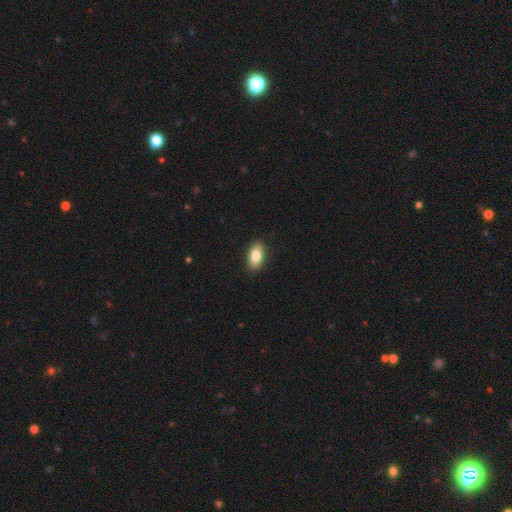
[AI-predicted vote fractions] This appears to be a smooth galaxy with no disk features (83%) that is in between round and cigar-shaped (90%). Merging: none (90%).